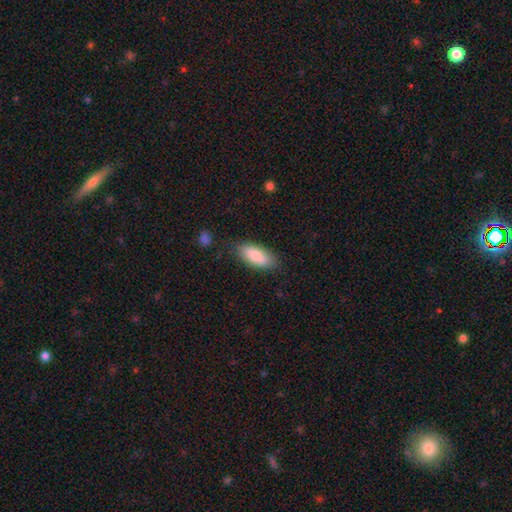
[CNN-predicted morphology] The model was most divided on "merging": none: 81%, minor disturbance: 14%, major disturbance: 3%, merger: 2%. More confident: smooth or featured — smooth (88%); how rounded — in between (83%).